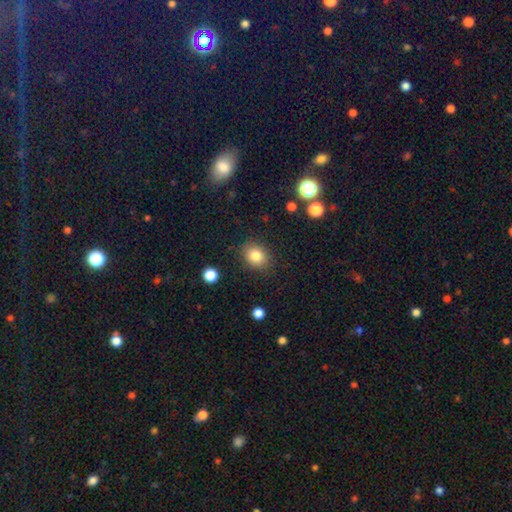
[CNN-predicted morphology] smooth_or_featured: smooth (p=0.82) [alt: star or artifact p=0.10]
how_rounded: round (p=0.56) [alt: in between p=0.43]
merging: none (p=0.86) [alt: minor disturbance p=0.10]